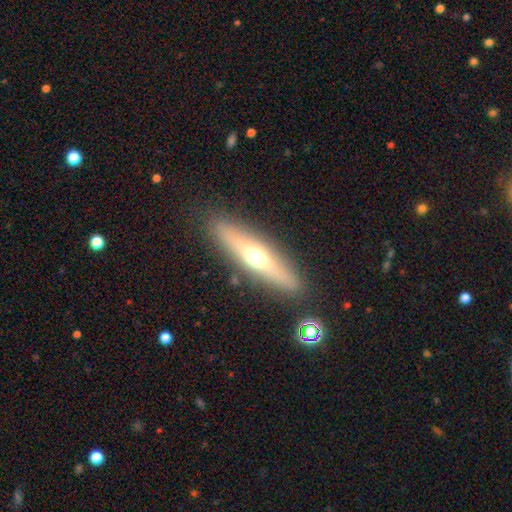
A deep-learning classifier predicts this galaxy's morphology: Overall: featured or disk (48%; smooth 44%). Merging: none (88%).